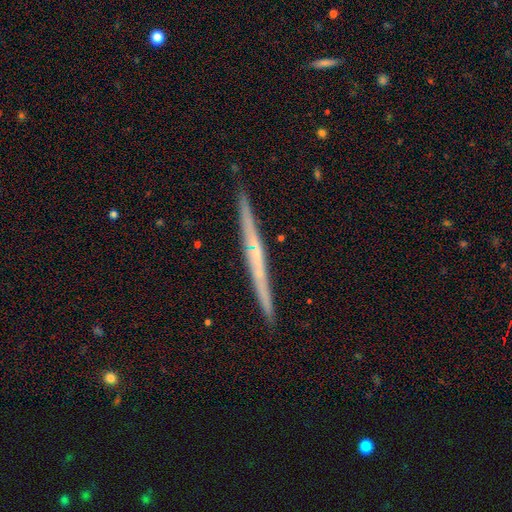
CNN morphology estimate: A featured or disk galaxy (69%) viewed edge-on (98%) with no central bulge (71%). Merging: none (91%).